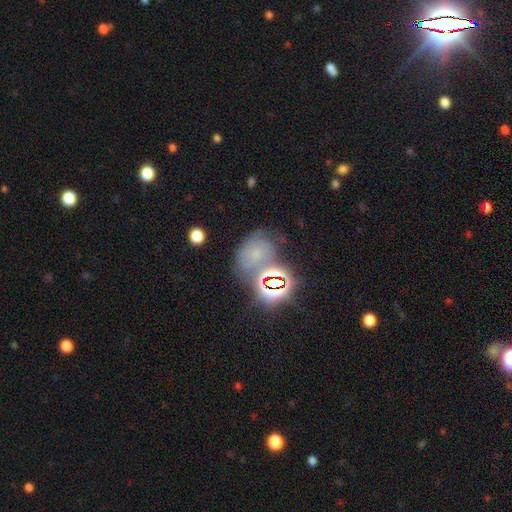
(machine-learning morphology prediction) type=star or artifact (40%).